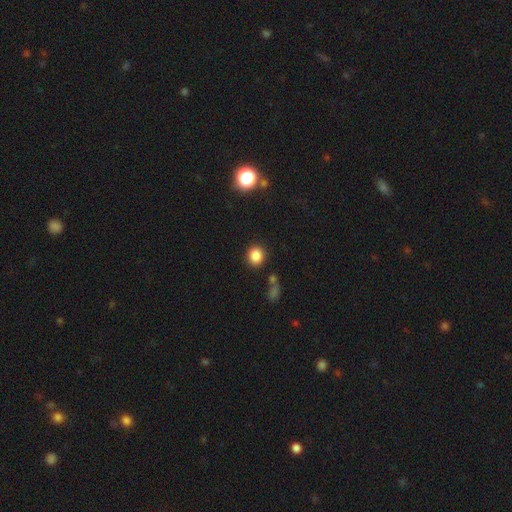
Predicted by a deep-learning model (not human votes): Smooth or featured? smooth (85%)
How rounded? round (78%)
Merging? none (86%)